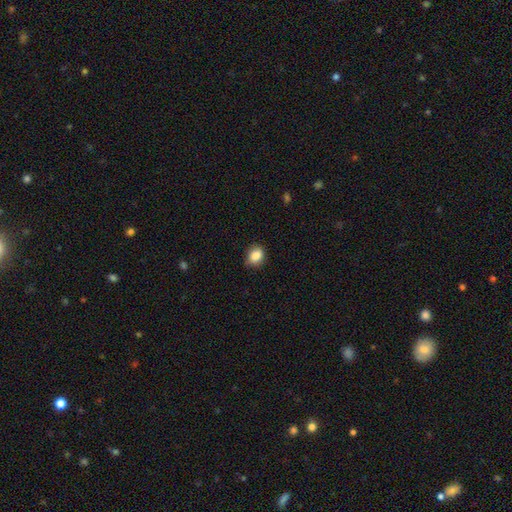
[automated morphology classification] This appears to be a smooth galaxy with no disk features (86%) that is in between round and cigar-shaped (52%). Merging: none (81%).